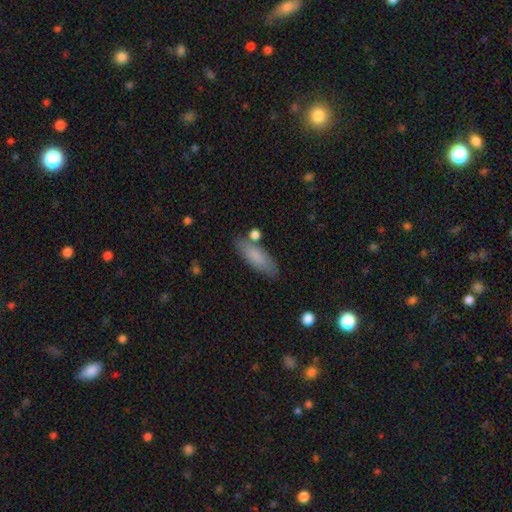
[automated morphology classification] A smooth galaxy with no disk features (81%) that is in between round and cigar-shaped (58%).

Vote fractions:
- Smooth or featured? smooth: 81% / featured or disk: 12% / star or artifact: 6%
- How rounded? in between: 58% / cigar-shaped: 40% / round: 2%
- Merging? none: 76% / minor disturbance: 14% / merger: 6% / major disturbance: 3%